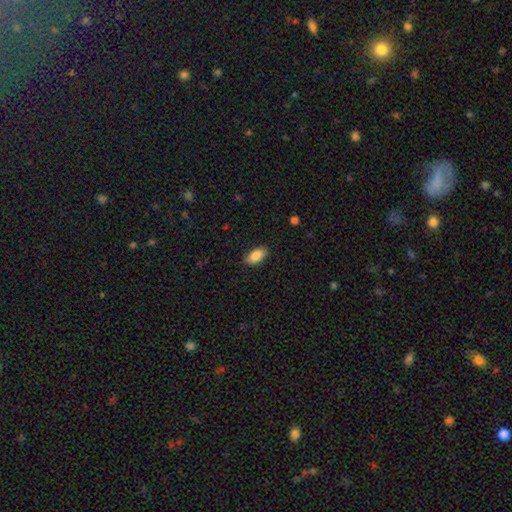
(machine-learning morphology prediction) smooth_or_featured: smooth (p=0.88) [alt: star or artifact p=0.07]
how_rounded: in between (p=0.92) [alt: cigar-shaped p=0.05]
merging: none (p=0.87) [alt: minor disturbance p=0.10]